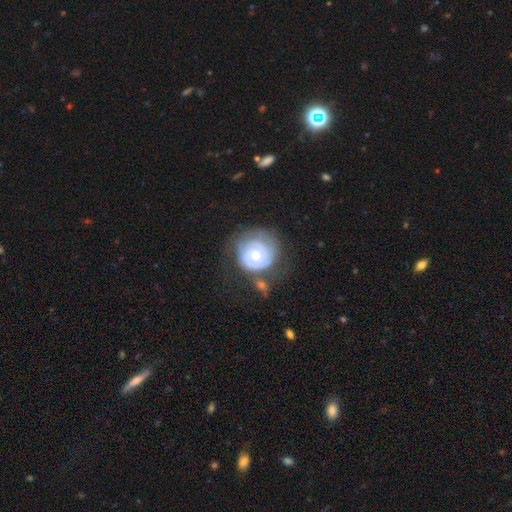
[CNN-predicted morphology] Smooth or featured?
  - featured or disk: 75% *
  - smooth: 20%
  - star or artifact: 5%
Edge-on disk?
  - no: 98% *
  - yes: 2%
Bar?
  - no: 77% *
  - weak: 19%
  - strong: 3%
Spiral arms?
  - yes: 86% *
  - no: 14%
Spiral winding?
  - tight: 75% *
  - medium: 18%
  - loose: 7%
Spiral arm count?
  - 2: 37% *
  - can't tell: 31%
  - 1: 17%
  - 3: 10%
  - 4: 3%
  - more than 4: 3%
Bulge size?
  - moderate: 71% *
  - small: 22%
  - large: 5%
  - none: 1%
  - dominant: 1%
Merging?
  - none: 52% *
  - minor disturbance: 23%
  - major disturbance: 15%
  - merger: 9%